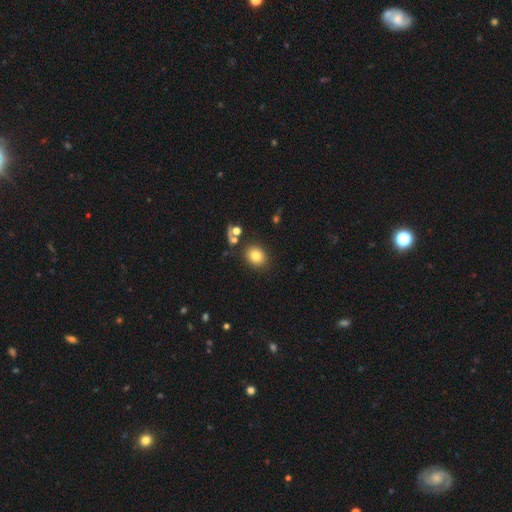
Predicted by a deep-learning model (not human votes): smooth-or-featured: smooth: 80% | star or artifact: 12% | featured or disk: 8%
  how-rounded: round: 57% | in between: 42% | cigar-shaped: 1%
  merging: none: 80% | minor disturbance: 10% | merger: 6% | major disturbance: 3%